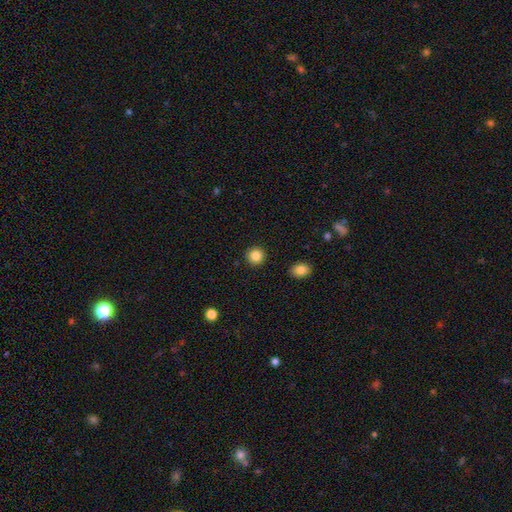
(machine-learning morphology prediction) smooth_or_featured: smooth (p=0.86) [alt: star or artifact p=0.10]
how_rounded: round (p=0.93) [alt: in between p=0.06]
merging: none (p=0.92) [alt: minor disturbance p=0.05]